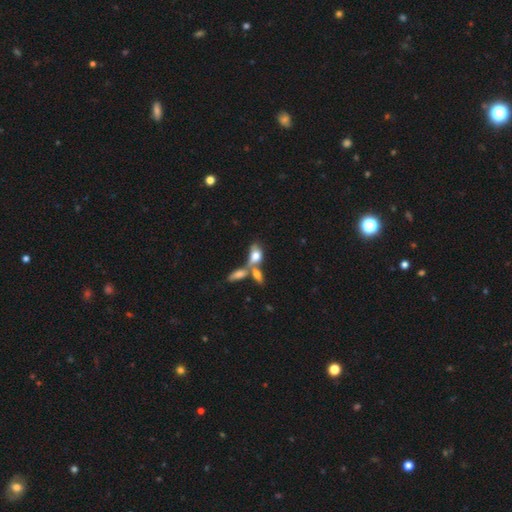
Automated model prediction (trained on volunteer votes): smooth-or-featured: smooth: 61% | featured or disk: 29% | star or artifact: 10%
  how-rounded: in between: 79% | cigar-shaped: 12% | round: 9%
  merging: merger: 60% | none: 25% | minor disturbance: 9% | major disturbance: 6%